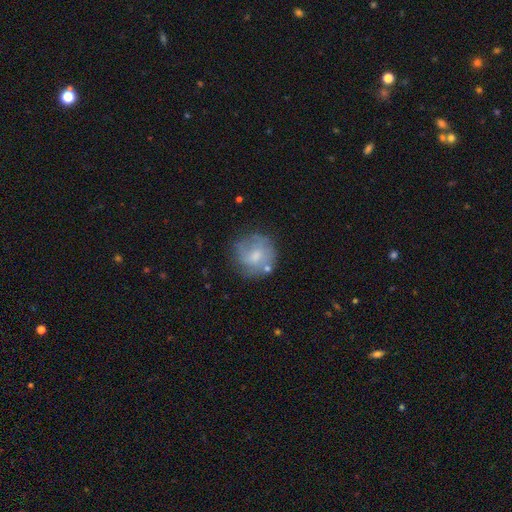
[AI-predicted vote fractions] A smooth galaxy with no disk features (55%) that is round (88%).

Vote fractions:
- Smooth or featured? smooth: 55% / featured or disk: 37% / star or artifact: 8%
- How rounded? round: 88% / in between: 11% / cigar-shaped: 1%
- Merging? none: 63% / minor disturbance: 21% / major disturbance: 11% / merger: 6%